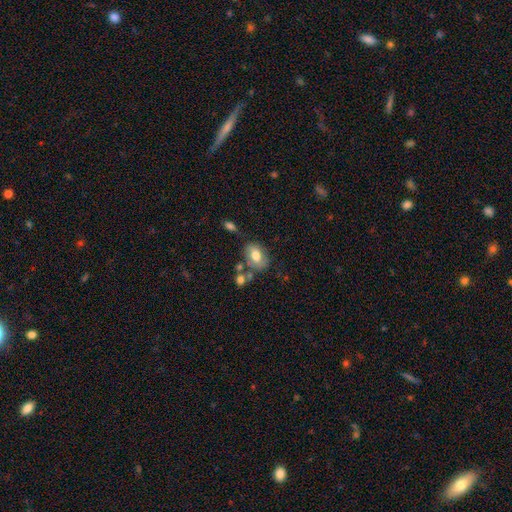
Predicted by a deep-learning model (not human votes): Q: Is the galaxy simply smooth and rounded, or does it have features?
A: smooth — 66%.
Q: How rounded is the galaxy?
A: in between — 79%.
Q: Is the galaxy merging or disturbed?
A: none — 56%.